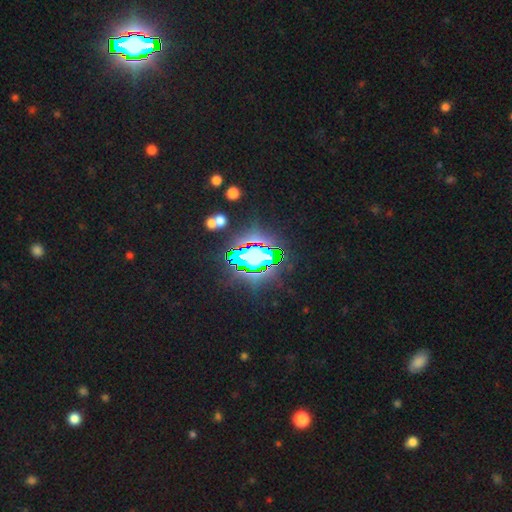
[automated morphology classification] star or artifact 70%, smooth 18%, featured or disk 12%.